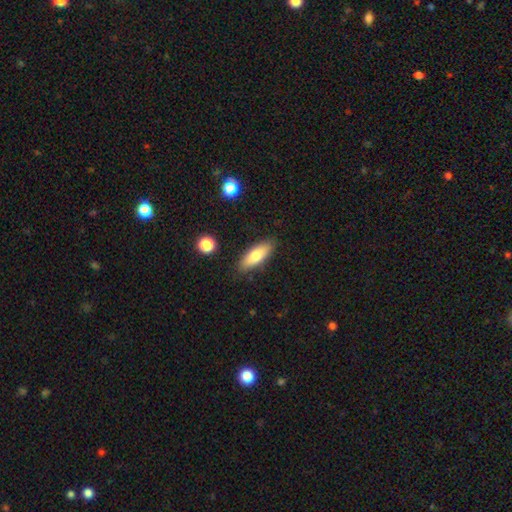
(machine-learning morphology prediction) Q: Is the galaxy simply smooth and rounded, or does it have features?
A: smooth — 77%.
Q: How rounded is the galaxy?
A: in between — 63%.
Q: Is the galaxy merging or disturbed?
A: none — 86%.